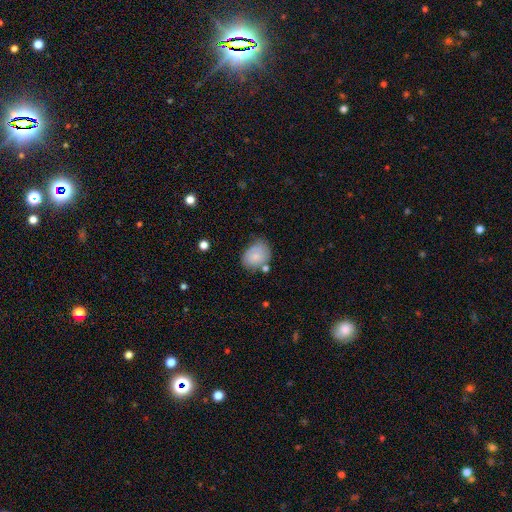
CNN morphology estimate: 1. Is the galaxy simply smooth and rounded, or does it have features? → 72% smooth, 21% featured or disk, 8% star or artifact.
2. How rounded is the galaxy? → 59% in between, 40% round, 1% cigar-shaped.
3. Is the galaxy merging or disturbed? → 58% none, 27% minor disturbance, 8% merger, 8% major disturbance.